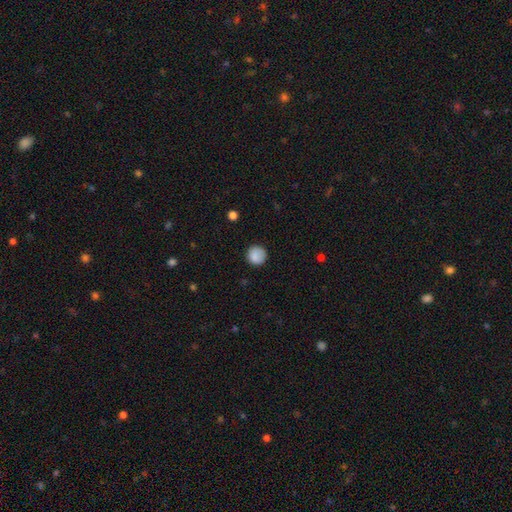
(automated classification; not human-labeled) Q: Smooth or featured?
A: smooth (86%); runner-up: star or artifact (9%)
Q: How rounded?
A: round (94%); runner-up: in between (5%)
Q: Merging?
A: none (85%); runner-up: minor disturbance (11%)